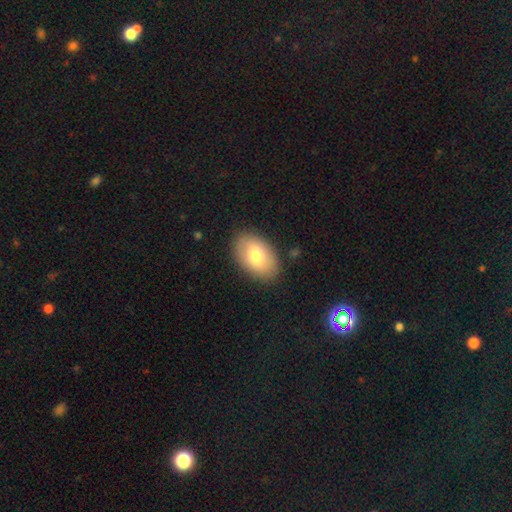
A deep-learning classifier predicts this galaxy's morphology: Smooth or featured? Predicted: smooth (p=0.76). How rounded? Predicted: in between (p=0.89). Merging? Predicted: none (p=0.86).